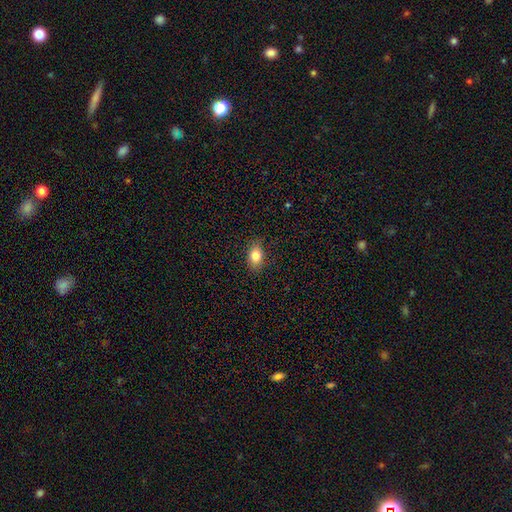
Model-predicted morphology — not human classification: smooth_or_featured: smooth (p=0.81) [alt: featured or disk p=0.10]
how_rounded: in between (p=0.80) [alt: round p=0.18]
merging: none (p=0.86) [alt: minor disturbance p=0.11]